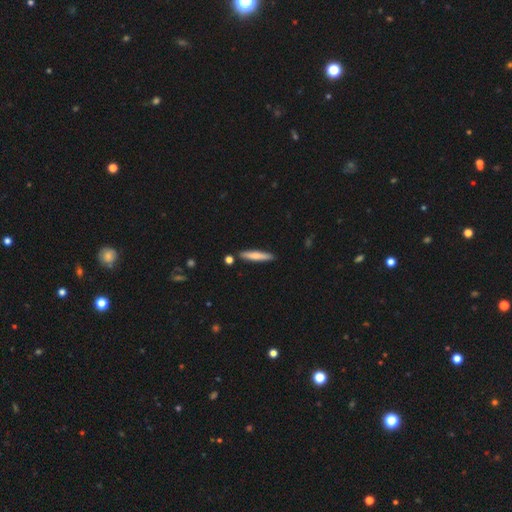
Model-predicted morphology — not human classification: A smooth galaxy with no disk features (66%) that is cigar-shaped (90%). Merging: none (87%).